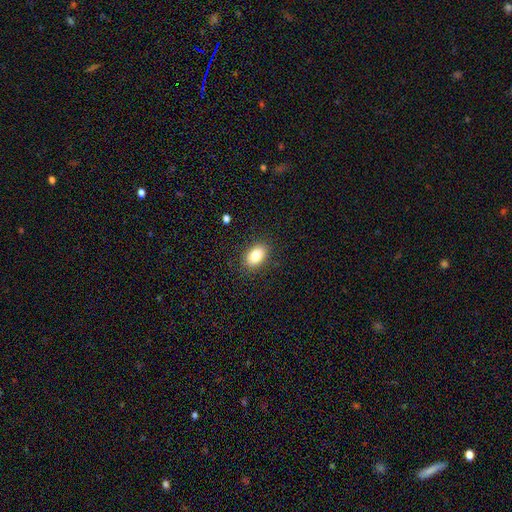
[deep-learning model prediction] Morphology: type=smooth (83%); roundness=in between (88%); merging=none (87%).